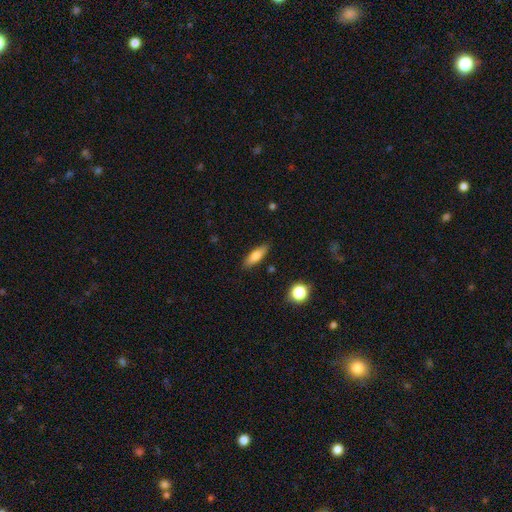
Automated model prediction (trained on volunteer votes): Smooth or featured? smooth (76%)
How rounded? in between (51%)
Merging? none (85%)